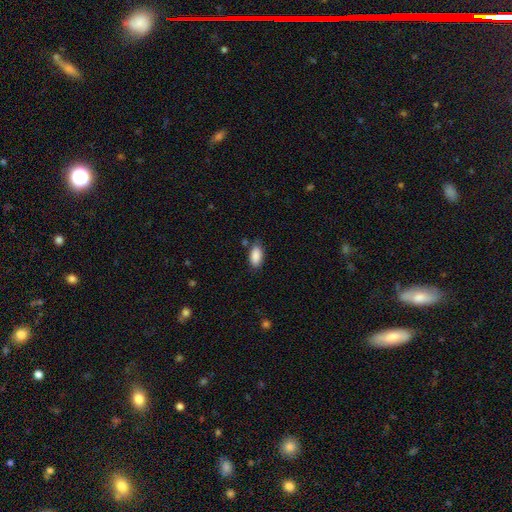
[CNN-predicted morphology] This appears to be a smooth galaxy with no disk features (89%) that is in between round and cigar-shaped (91%). Merging: none (77%).